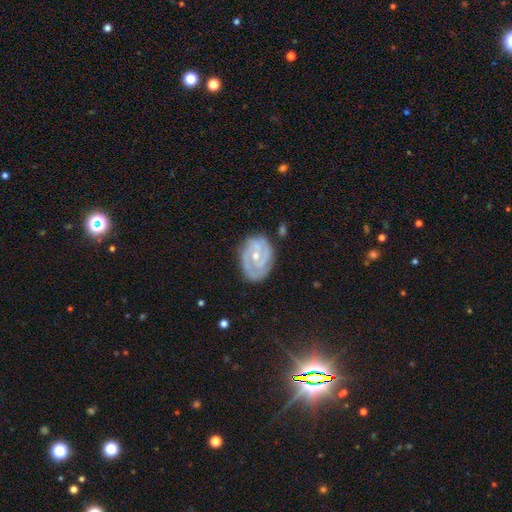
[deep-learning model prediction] smooth_or_featured: featured or disk (p=0.86) [alt: smooth p=0.08]
disk_edge_on: no (p=0.97) [alt: yes p=0.03]
bar: no (p=0.49) [alt: weak p=0.39]
has_spiral_arms: yes (p=0.96) [alt: no p=0.04]
spiral_winding: tight (p=0.66) [alt: medium p=0.29]
spiral_arm_count: 2 (p=0.65) [alt: 3 p=0.16]
bulge_size: small (p=0.54) [alt: moderate p=0.44]
merging: none (p=0.76) [alt: minor disturbance p=0.17]